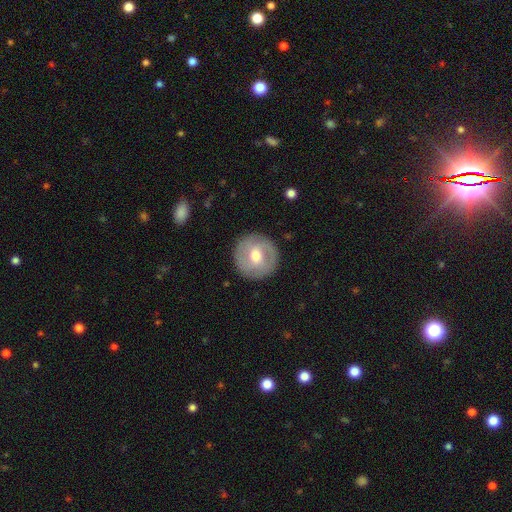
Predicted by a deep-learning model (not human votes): This appears to be a featured or disk galaxy (50%). Merging: none (88%).